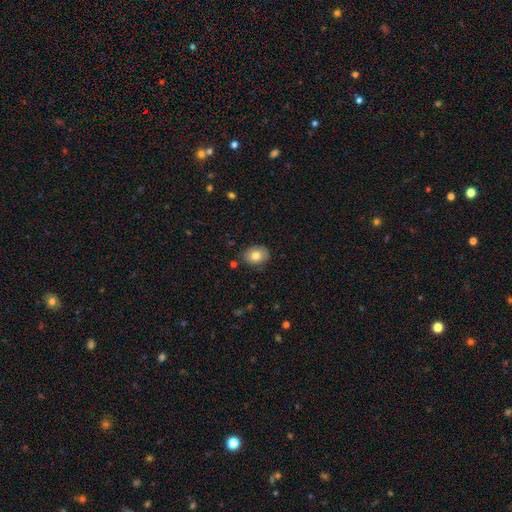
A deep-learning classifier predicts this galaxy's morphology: Smooth or featured? smooth (78%)
How rounded? in between (61%)
Merging? none (82%)